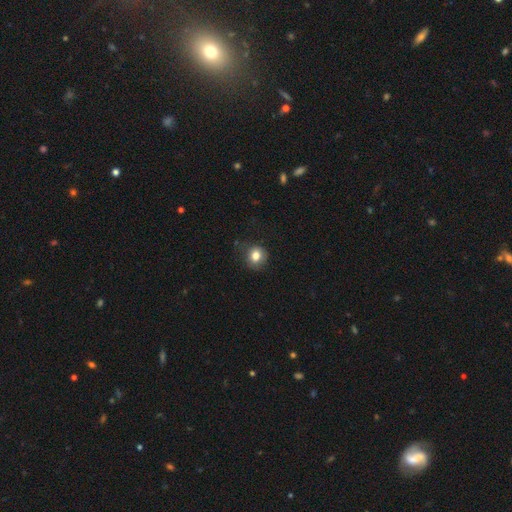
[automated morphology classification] Q: Smooth or featured?
A: smooth (81%); runner-up: star or artifact (10%)
Q: How rounded?
A: round (78%); runner-up: in between (21%)
Q: Merging?
A: none (79%); runner-up: minor disturbance (16%)